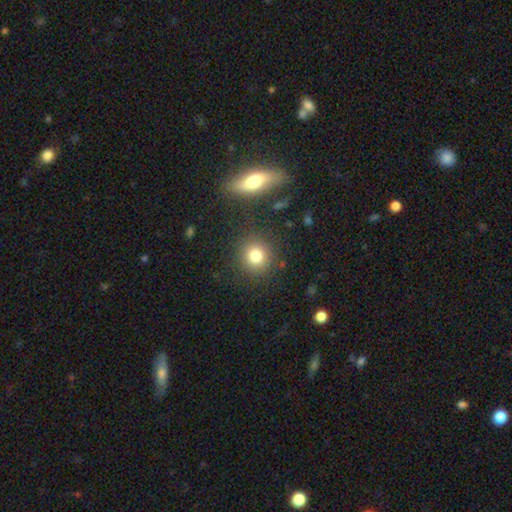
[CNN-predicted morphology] smooth_or_featured: smooth (p=0.80) [alt: star or artifact p=0.13]
how_rounded: round (p=0.89) [alt: in between p=0.10]
merging: none (p=0.86) [alt: minor disturbance p=0.08]